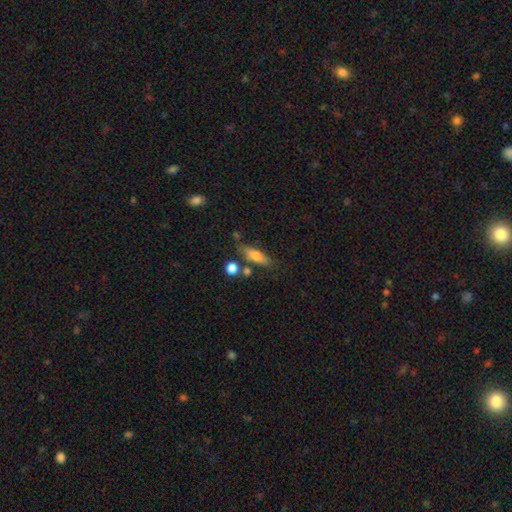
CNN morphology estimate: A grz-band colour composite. It shows a smooth galaxy with no disk features (70%) that is cigar-shaped (49%). Merging: none (69%).